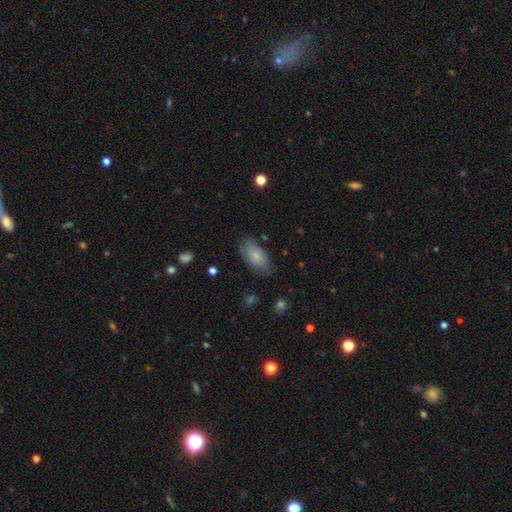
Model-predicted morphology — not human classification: Smooth or featured? smooth (77%)
How rounded? in between (93%)
Merging? none (73%)